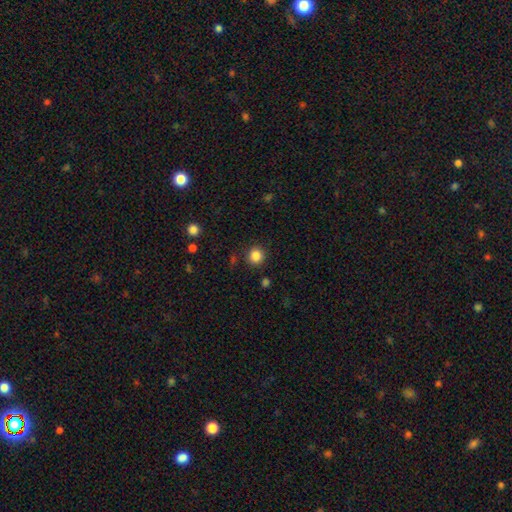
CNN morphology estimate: smooth-or-featured: smooth: 85% | star or artifact: 11% | featured or disk: 4%
  how-rounded: round: 92% | in between: 7% | cigar-shaped: 1%
  merging: none: 89% | minor disturbance: 7% | major disturbance: 2% | merger: 2%